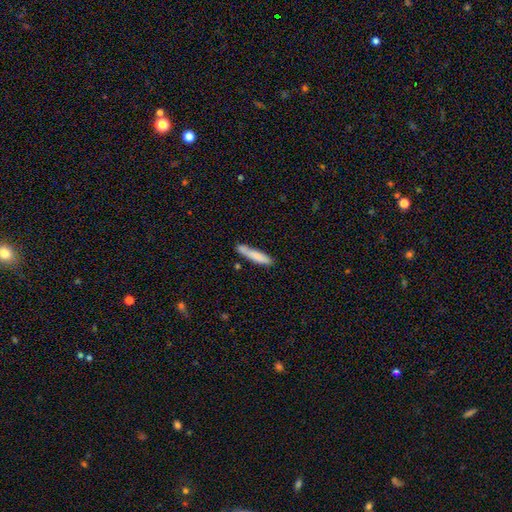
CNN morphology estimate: This is likely a smooth galaxy (78%). How rounded: clearly cigar-shaped (87%). Merging: likely none (71%).